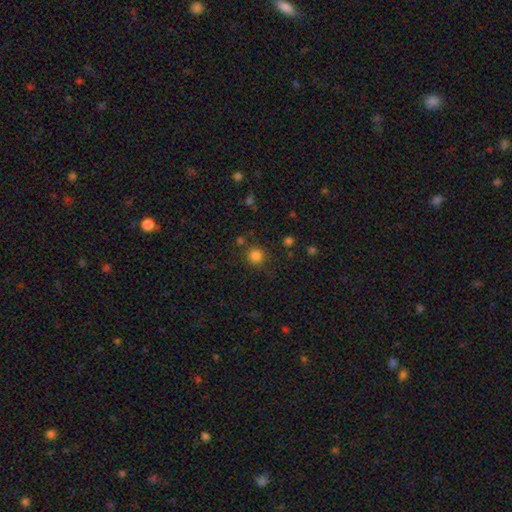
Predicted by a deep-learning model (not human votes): Smooth or featured? Predicted: smooth (p=0.82). How rounded? Predicted: round (p=0.92). Merging? Predicted: none (p=0.83).